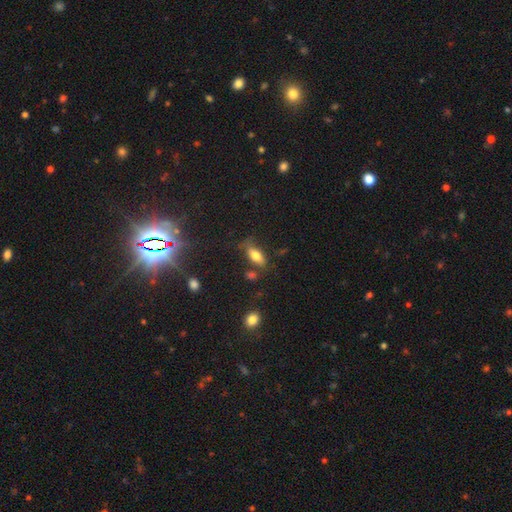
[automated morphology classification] Overall: smooth (76%). How rounded: in between (83%). Merging: none (65%).